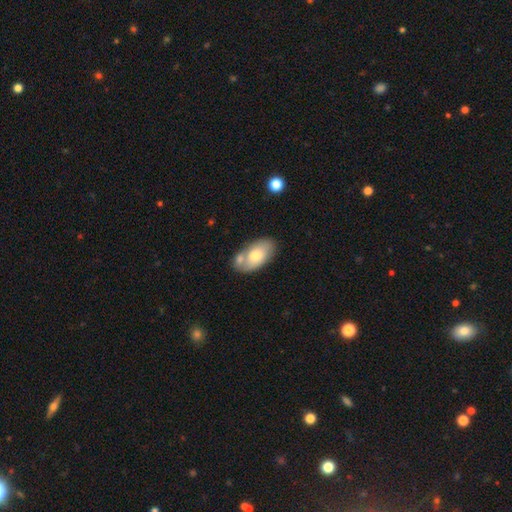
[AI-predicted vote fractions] A smooth galaxy with no disk features (69%) that is in between round and cigar-shaped (94%). Merging: none (49%).